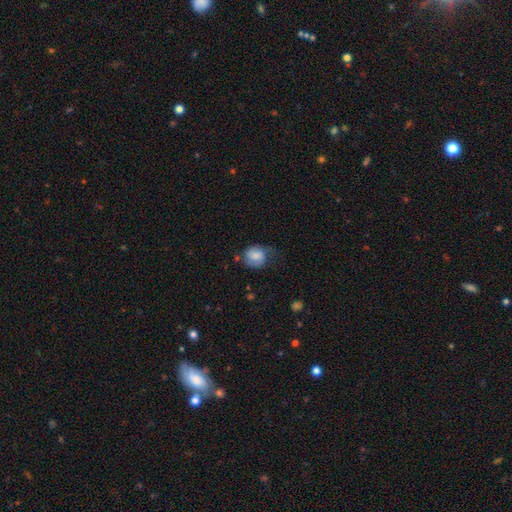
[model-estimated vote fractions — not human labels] smooth-or-featured: smooth: 67% | featured or disk: 25% | star or artifact: 8%
  how-rounded: round: 68% | in between: 31% | cigar-shaped: 1%
  merging: none: 49% | minor disturbance: 32% | major disturbance: 17% | merger: 3%